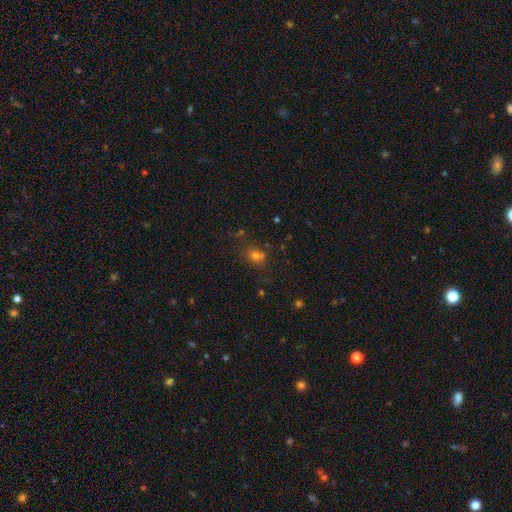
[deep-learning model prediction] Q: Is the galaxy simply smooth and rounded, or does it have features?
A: smooth — 69%.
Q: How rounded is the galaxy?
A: round — 58%.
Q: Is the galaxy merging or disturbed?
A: none — 66%.